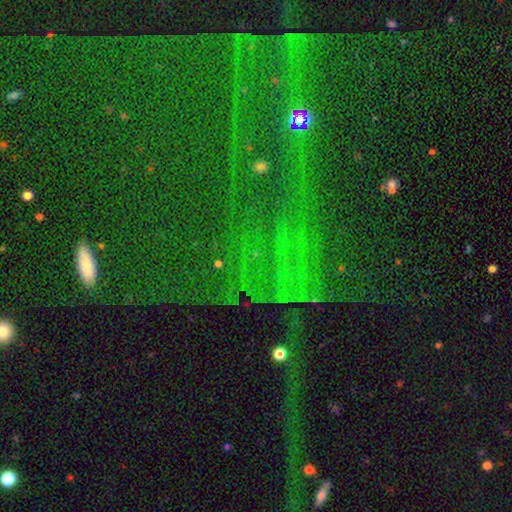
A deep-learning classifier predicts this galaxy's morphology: The model was most divided on "smooth or featured": star or artifact: 80%, smooth: 10%, featured or disk: 9%.